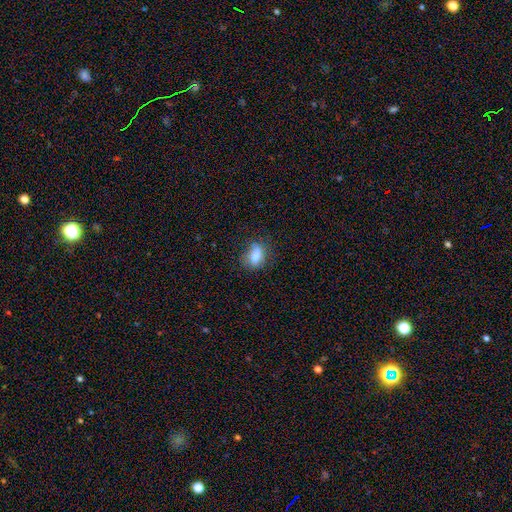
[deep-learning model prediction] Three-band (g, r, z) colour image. It shows a smooth galaxy with no disk features (78%) that is in between round and cigar-shaped (80%). Merging: none (59%).